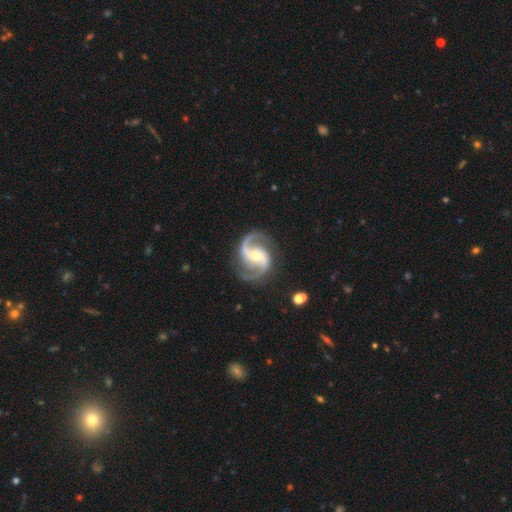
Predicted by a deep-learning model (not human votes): Smooth or featured?
  - featured or disk: 93% *
  - star or artifact: 4%
  - smooth: 3%
Edge-on disk?
  - no: 98% *
  - yes: 2%
Bar?
  - no: 40% *
  - weak: 37%
  - strong: 22%
Spiral arms?
  - yes: 99% *
  - no: 1%
Spiral winding?
  - medium: 61% *
  - loose: 26%
  - tight: 13%
Spiral arm count?
  - 2: 94% *
  - 3: 2%
  - can't tell: 1%
  - 1: 1%
  - 4: 1%
  - more than 4: 1%
Bulge size?
  - moderate: 50% *
  - small: 46%
  - large: 2%
  - none: 1%
  - dominant: 1%
Merging?
  - none: 84% *
  - minor disturbance: 11%
  - major disturbance: 4%
  - merger: 1%